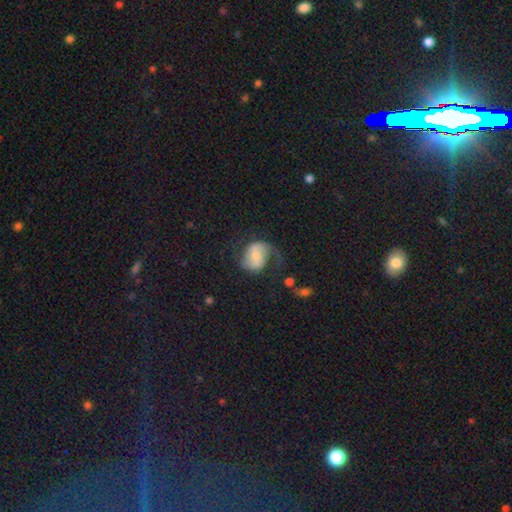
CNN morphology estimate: This appears to be a featured or disk galaxy (62%) with a weak bar (43%), 2 (71%) loose (53%) spiral arms (86%) and a moderate central bulge (47%). Merging: none (45%).